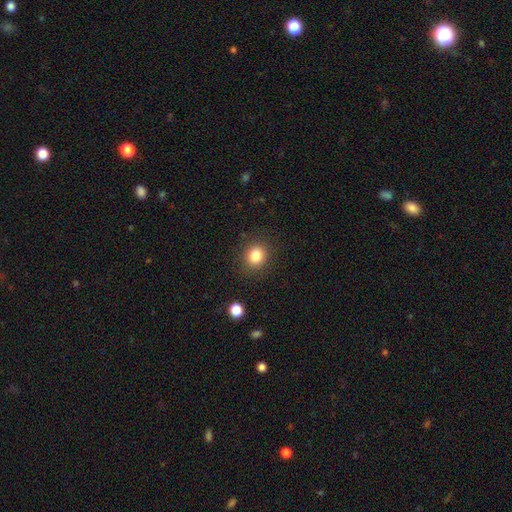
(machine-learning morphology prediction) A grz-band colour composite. It shows a smooth galaxy with no disk features (83%) that is round (79%). Merging: none (87%).